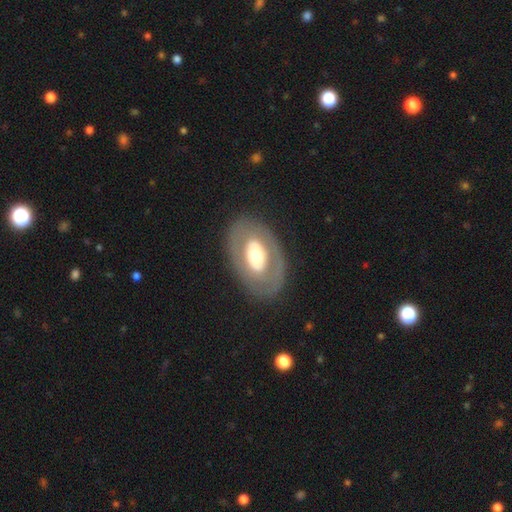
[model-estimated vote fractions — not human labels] Morphology: type=featured or disk (58%); edge-on=no (91%); bar=no (74%); spiral arms=no (84%); bulge=moderate (56%); merging=none (81%).